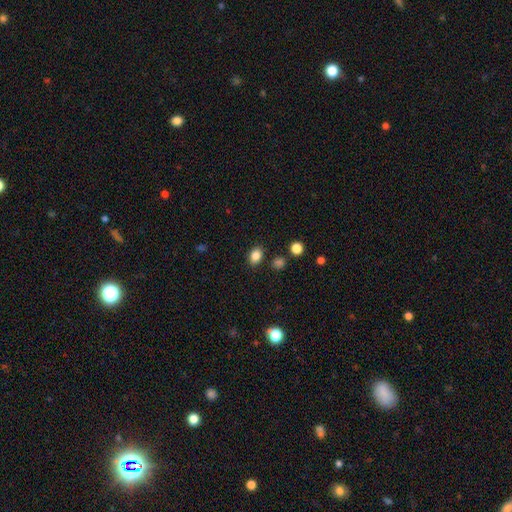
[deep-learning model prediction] Smooth or featured: smooth — 85% (star or artifact — 11%)
How rounded: in between — 70% (round — 29%)
Merging: none — 85% (minor disturbance — 9%)